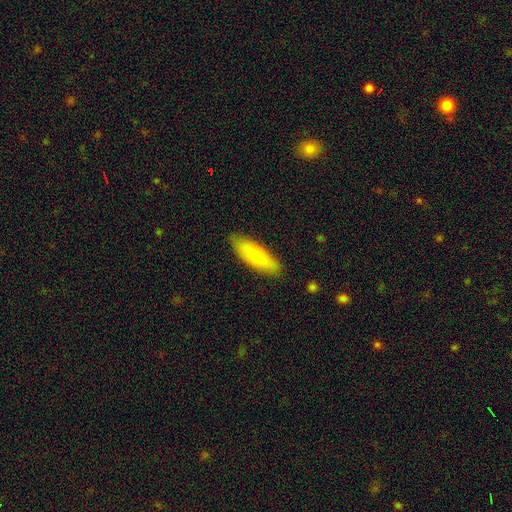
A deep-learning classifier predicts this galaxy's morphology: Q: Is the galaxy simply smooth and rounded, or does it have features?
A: smooth — 80%.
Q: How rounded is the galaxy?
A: in between — 54%.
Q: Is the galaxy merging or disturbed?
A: none — 86%.